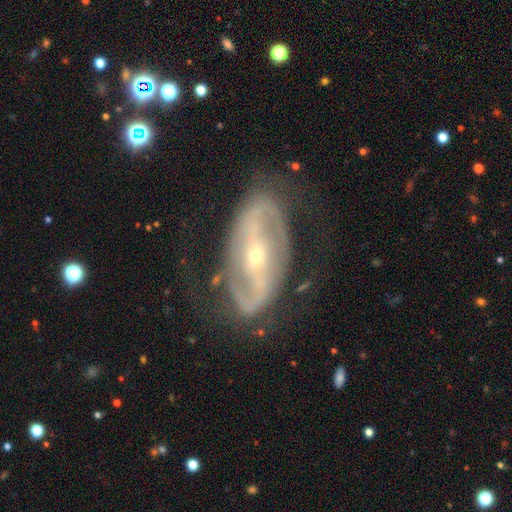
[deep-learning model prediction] Smooth or featured? featured or disk (86%)
Edge-on disk? no (93%)
Bar? strong (54%)
Spiral arms? yes (85%)
Spiral winding? medium (43%)
Spiral arm count? 2 (85%)
Bulge size? small (75%)
Merging? none (71%)